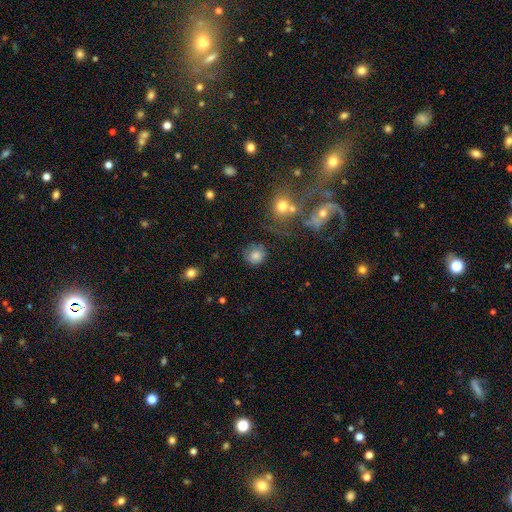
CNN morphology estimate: Smooth or featured?
  - smooth: 75% *
  - featured or disk: 14%
  - star or artifact: 11%
How rounded?
  - round: 82% *
  - in between: 17%
  - cigar-shaped: 1%
Merging?
  - none: 65% *
  - minor disturbance: 20%
  - major disturbance: 11%
  - merger: 5%